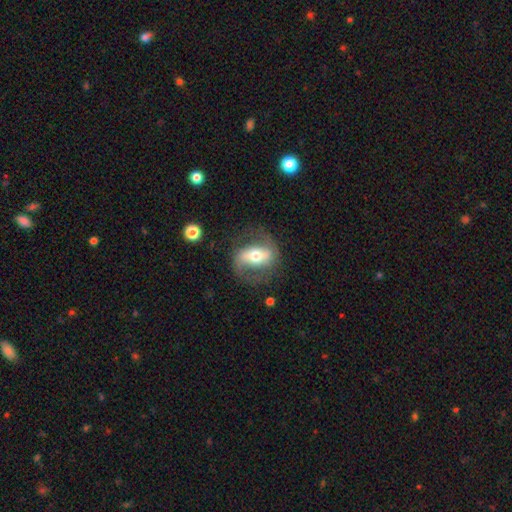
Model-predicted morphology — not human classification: type=featured or disk (71%); edge-on=no (90%); bar=strong (56%); spiral arms=yes (76%); bulge=moderate (67%); merging=none (69%).